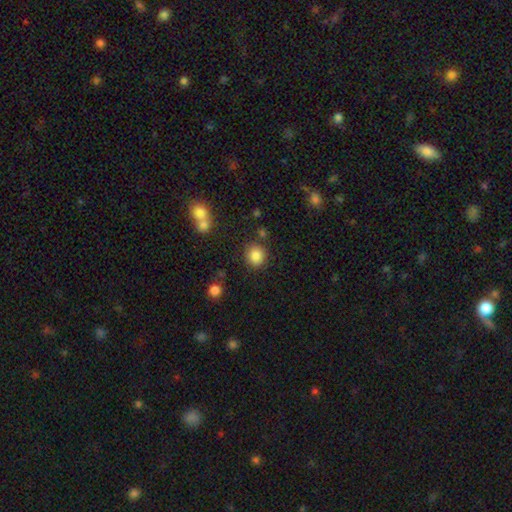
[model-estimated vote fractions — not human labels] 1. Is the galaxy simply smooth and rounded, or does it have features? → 85% smooth, 10% star or artifact, 5% featured or disk.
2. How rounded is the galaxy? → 85% round, 14% in between, 1% cigar-shaped.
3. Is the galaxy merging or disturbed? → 83% none, 9% minor disturbance, 5% merger, 3% major disturbance.